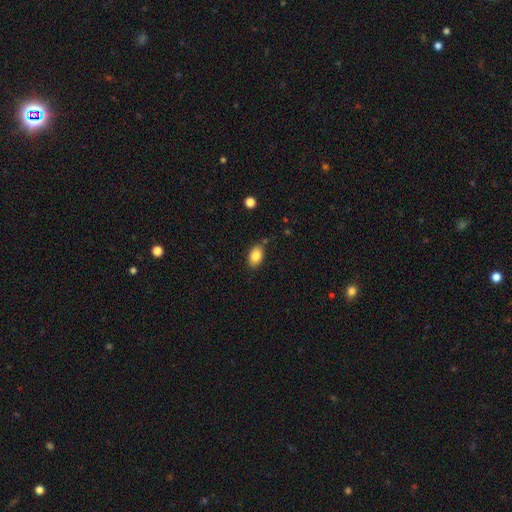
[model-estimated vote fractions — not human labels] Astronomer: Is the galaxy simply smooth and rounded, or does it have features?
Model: smooth — 84%.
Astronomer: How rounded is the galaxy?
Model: in between — 88%.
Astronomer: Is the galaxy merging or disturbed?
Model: none — 77%.